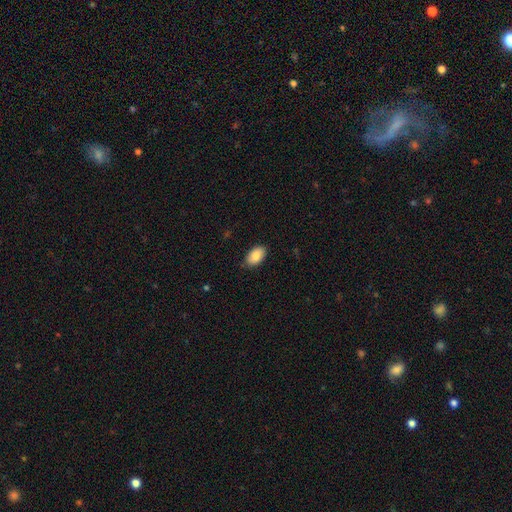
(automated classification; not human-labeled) smooth 84%, featured or disk 9%, star or artifact 7%. Down the decision tree: how rounded — in between (93%); merging — none (84%).